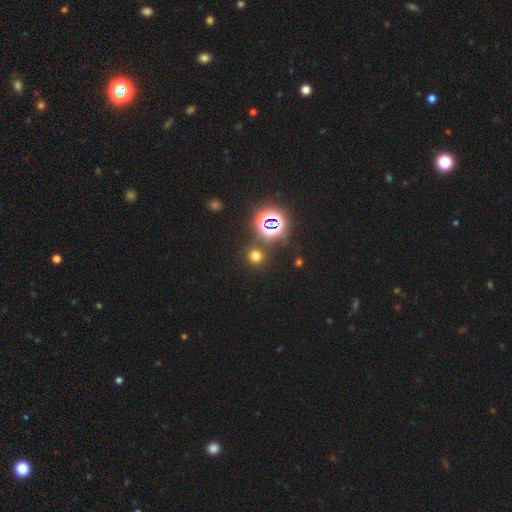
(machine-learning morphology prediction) Q: Smooth or featured?
A: smooth (63%); runner-up: star or artifact (31%)
Q: How rounded?
A: round (90%); runner-up: in between (9%)
Q: Merging?
A: none (85%); runner-up: minor disturbance (7%)